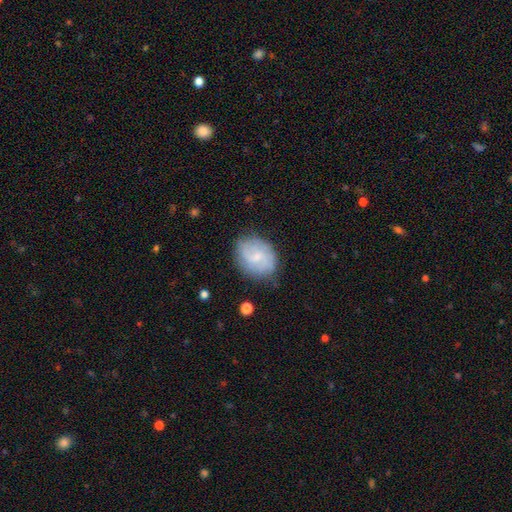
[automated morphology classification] A featured or disk galaxy (58%) with no bar (48%), spiral arms (86%) and a small central bulge (68%).

Vote fractions:
- Smooth or featured? featured or disk: 58% / smooth: 35% / star or artifact: 7%
- Edge-on disk? no: 97% / yes: 3%
- Bar? no: 48% / weak: 46% / strong: 6%
- Spiral arms? yes: 86% / no: 14%
- Bulge size? small: 68% / moderate: 23% / none: 7% / large: 1% / dominant: 1%
- Merging? none: 75% / minor disturbance: 18% / major disturbance: 5% / merger: 2%